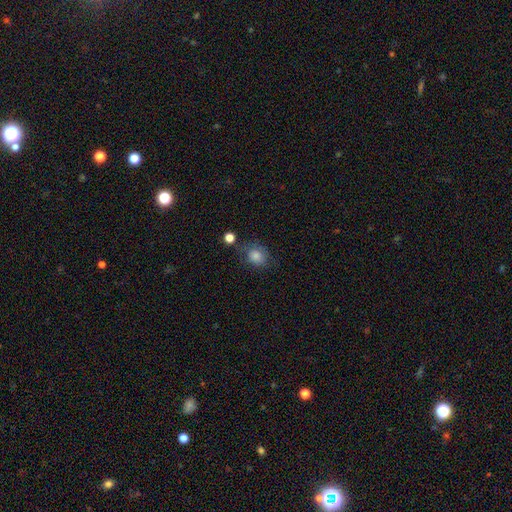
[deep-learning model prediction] smooth_or_featured: smooth (p=0.78) [alt: star or artifact p=0.13]
how_rounded: round (p=0.64) [alt: in between p=0.35]
merging: none (p=0.70) [alt: minor disturbance p=0.19]